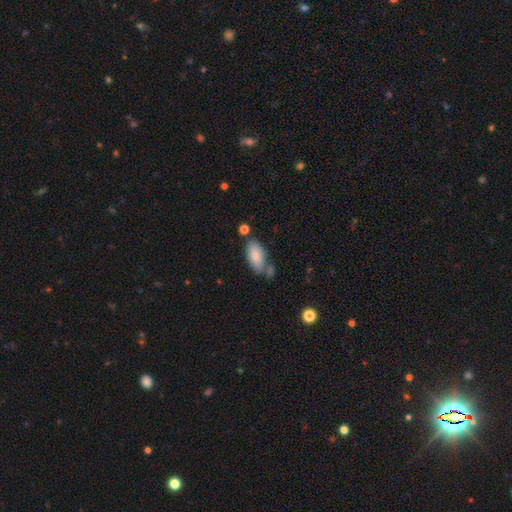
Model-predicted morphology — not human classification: The model was most divided on "merging": none: 59%, minor disturbance: 19%, merger: 16%, major disturbance: 5%. More confident: how rounded — in between (91%); smooth or featured — smooth (84%).